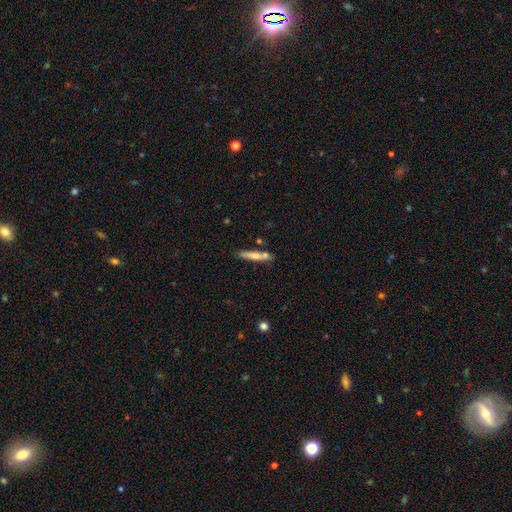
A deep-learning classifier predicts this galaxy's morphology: A smooth galaxy with no disk features (67%) that is cigar-shaped (91%).

Vote fractions:
- Smooth or featured? smooth: 67% / featured or disk: 27% / star or artifact: 6%
- How rounded? cigar-shaped: 91% / in between: 7% / round: 2%
- Merging? none: 71% / minor disturbance: 14% / merger: 12% / major disturbance: 3%